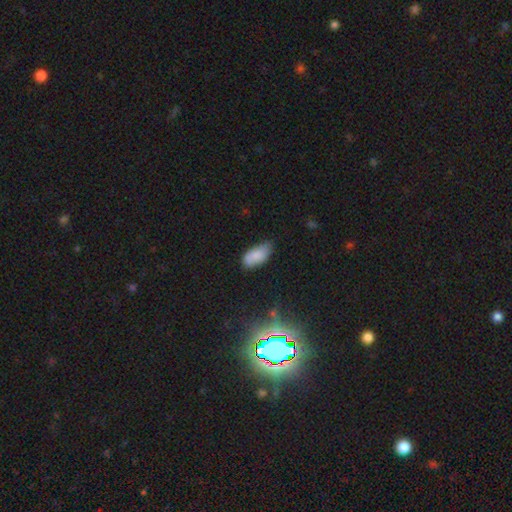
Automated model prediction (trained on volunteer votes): smooth-or-featured: smooth: 82% | featured or disk: 10% | star or artifact: 8%
  how-rounded: in between: 92% | cigar-shaped: 5% | round: 2%
  merging: none: 60% | minor disturbance: 33% | major disturbance: 5% | merger: 2%